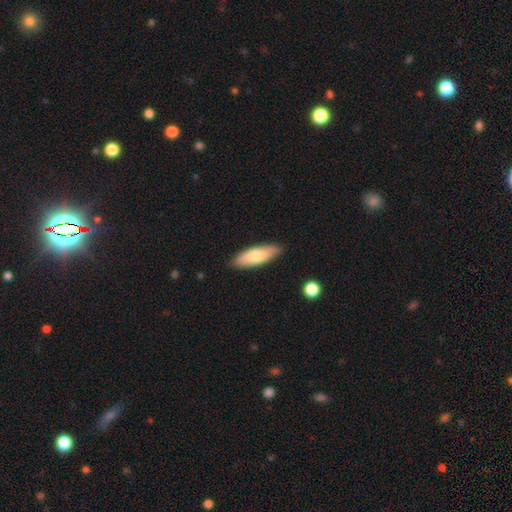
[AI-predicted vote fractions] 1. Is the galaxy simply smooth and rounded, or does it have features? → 75% smooth, 20% featured or disk, 5% star or artifact.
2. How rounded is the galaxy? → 62% in between, 36% cigar-shaped, 2% round.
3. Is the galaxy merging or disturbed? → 87% none, 10% minor disturbance, 2% major disturbance, 1% merger.